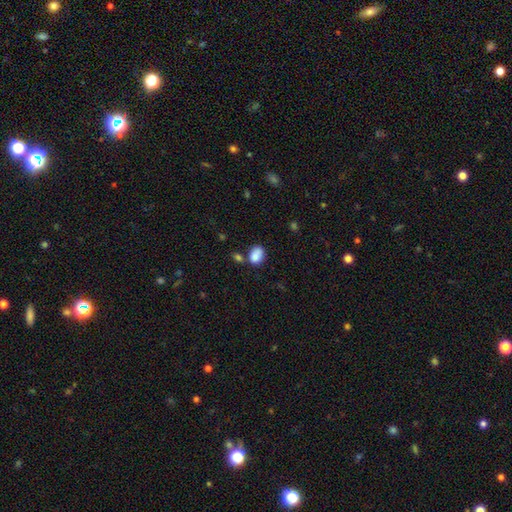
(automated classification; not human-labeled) The model was most divided on "merging": none: 52%, merger: 21%, minor disturbance: 20%, major disturbance: 7%. More confident: smooth or featured — smooth (84%); how rounded — in between (70%).